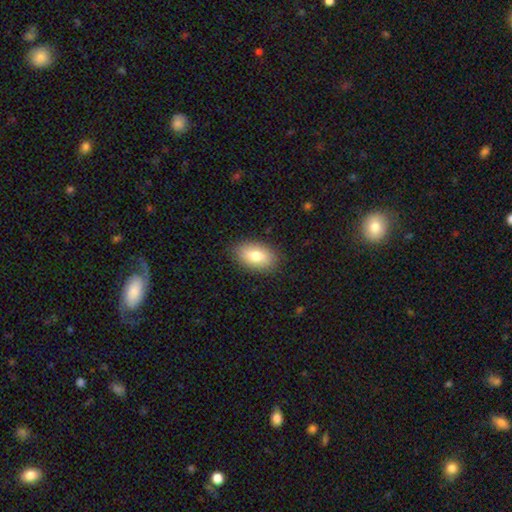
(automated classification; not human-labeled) Overall: smooth (80%). How rounded: in between (92%). Merging: none (87%).